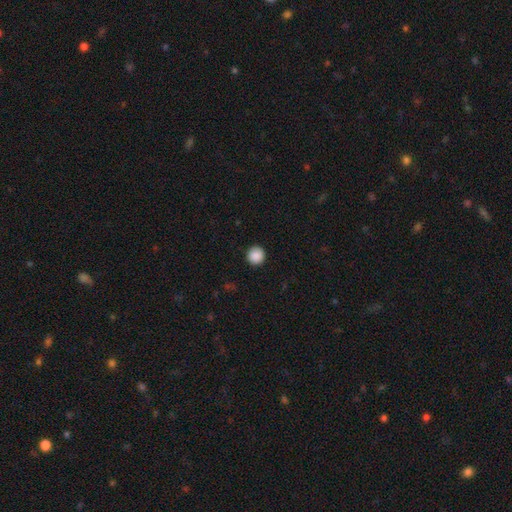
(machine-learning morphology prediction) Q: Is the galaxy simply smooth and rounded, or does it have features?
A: smooth — 89%.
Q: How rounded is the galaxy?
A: round — 95%.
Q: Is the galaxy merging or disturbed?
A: none — 92%.